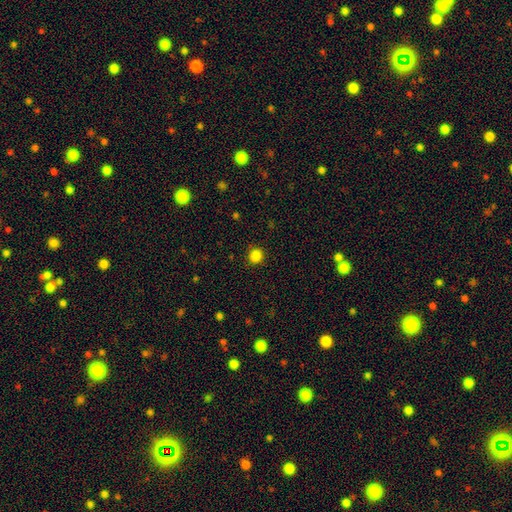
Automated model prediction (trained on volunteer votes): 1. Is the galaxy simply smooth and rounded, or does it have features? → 85% smooth, 12% star or artifact, 3% featured or disk.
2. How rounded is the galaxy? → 91% round, 8% in between, 1% cigar-shaped.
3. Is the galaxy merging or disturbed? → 91% none, 6% minor disturbance, 2% major disturbance, 1% merger.